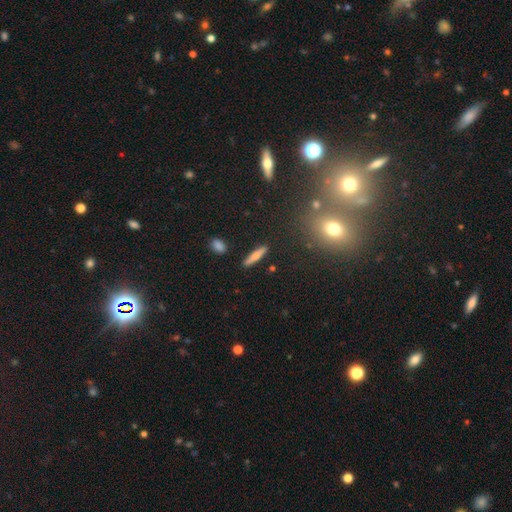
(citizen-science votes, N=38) A smooth galaxy with no disk features (50%) that is cigar-shaped (89%). Merging: none (89%).